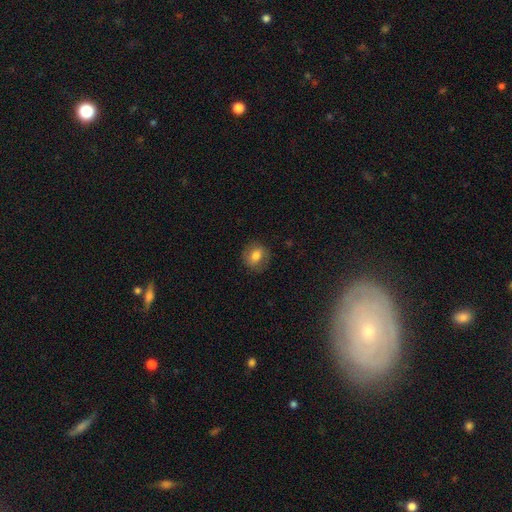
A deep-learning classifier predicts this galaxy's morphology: The model was most divided on "how rounded": round: 68%, in between: 31%, cigar-shaped: 1%. More confident: merging — none (83%); smooth or featured — smooth (72%).